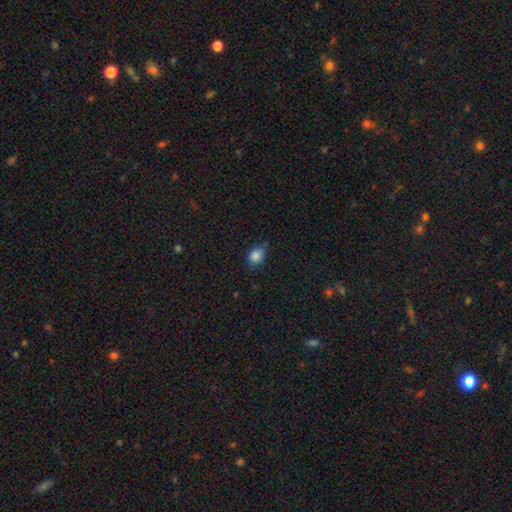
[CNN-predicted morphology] The model was most divided on "how rounded": in between: 58%, round: 41%, cigar-shaped: 1%. More confident: smooth or featured — smooth (84%); merging — none (70%).